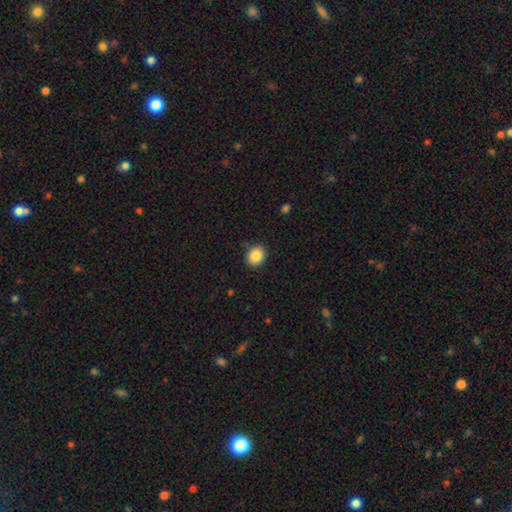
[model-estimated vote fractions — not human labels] Q: Smooth or featured?
A: smooth (86%); runner-up: star or artifact (9%)
Q: How rounded?
A: round (63%); runner-up: in between (36%)
Q: Merging?
A: none (88%); runner-up: minor disturbance (9%)